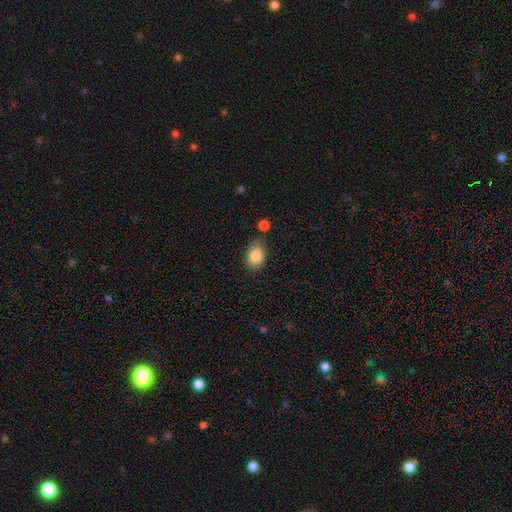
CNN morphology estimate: Overall: smooth (86%). How rounded: in between (79%). Merging: none (76%).